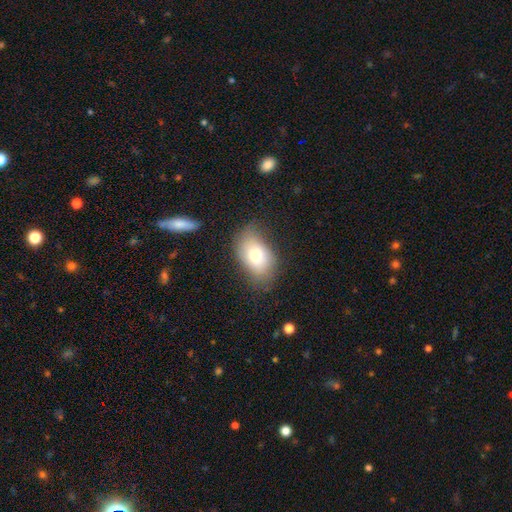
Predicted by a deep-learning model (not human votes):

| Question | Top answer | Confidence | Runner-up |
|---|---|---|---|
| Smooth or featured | smooth | 71% | featured or disk (18%) |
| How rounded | in between | 83% | round (16%) |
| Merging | none | 63% | minor disturbance (25%) |